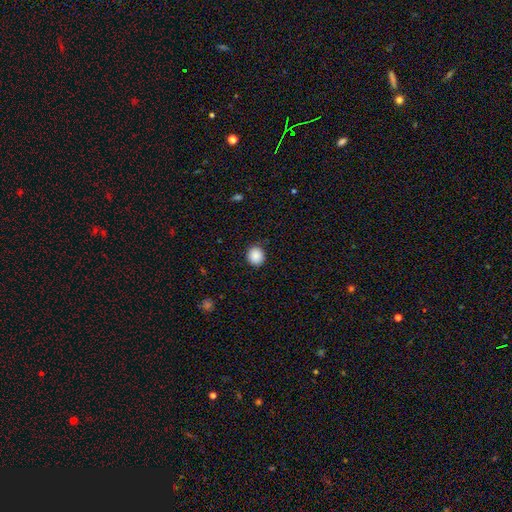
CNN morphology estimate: The model was most divided on "how rounded": round: 81%, in between: 19%, cigar-shaped: 1%. More confident: merging — none (89%); smooth or featured — smooth (89%).